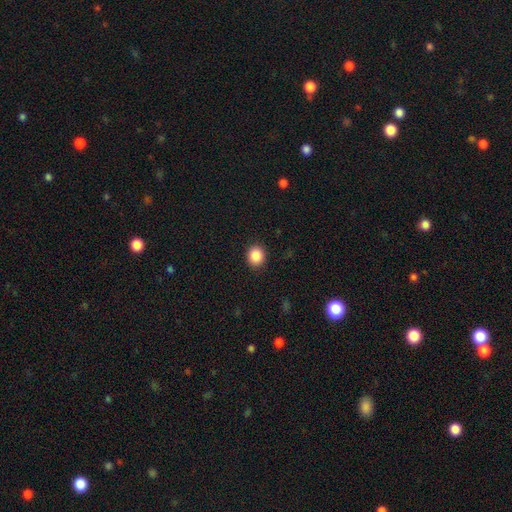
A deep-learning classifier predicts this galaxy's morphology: smooth_or_featured: smooth (p=0.87) [alt: star or artifact p=0.09]
how_rounded: round (p=0.75) [alt: in between p=0.24]
merging: none (p=0.91) [alt: minor disturbance p=0.06]